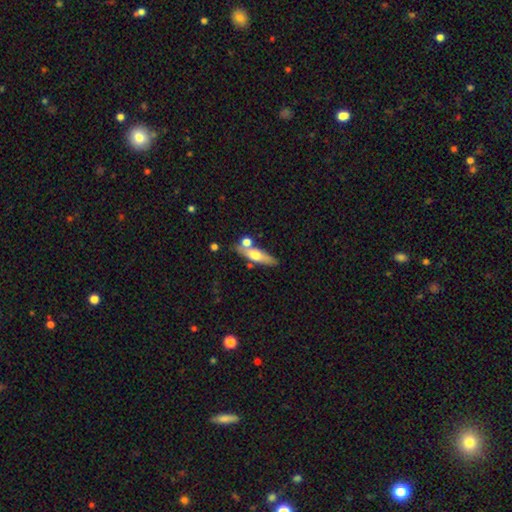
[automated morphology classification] smooth 51%, featured or disk 43%, star or artifact 7%. Down the decision tree: how rounded — cigar-shaped (63%); merging — none (64%).